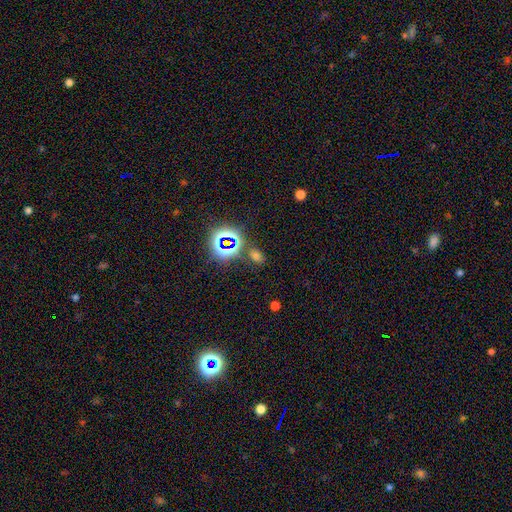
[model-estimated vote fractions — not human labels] smooth-or-featured: smooth: 52% | star or artifact: 40% | featured or disk: 7%
  how-rounded: in between: 76% | round: 22% | cigar-shaped: 3%
  merging: none: 77% | minor disturbance: 11% | merger: 7% | major disturbance: 4%